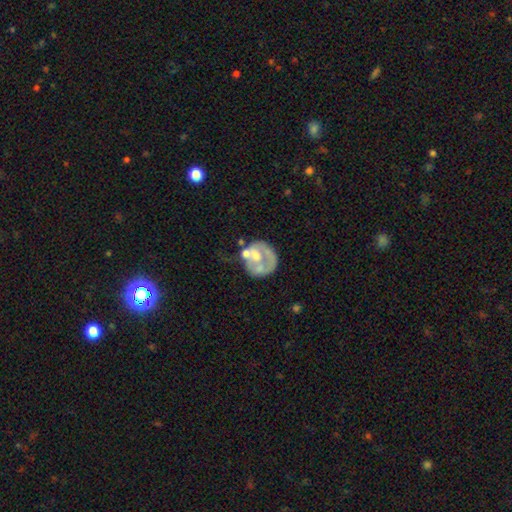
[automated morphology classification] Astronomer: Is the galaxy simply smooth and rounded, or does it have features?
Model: featured or disk — 56% (runner-up: smooth, 35%).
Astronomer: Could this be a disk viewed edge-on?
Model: no — 98%.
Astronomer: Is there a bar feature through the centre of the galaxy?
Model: no — 81%.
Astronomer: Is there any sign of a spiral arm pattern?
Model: no — 77%.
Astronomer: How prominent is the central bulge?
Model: moderate — 46% (runner-up: small, 26%).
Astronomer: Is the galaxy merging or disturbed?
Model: none — 37% (runner-up: major disturbance, 22%).